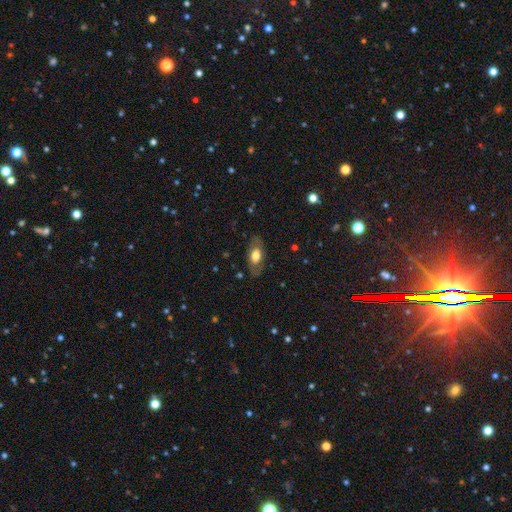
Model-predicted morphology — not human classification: Smooth or featured?
  - smooth: 52% *
  - featured or disk: 42%
  - star or artifact: 6%
How rounded?
  - in between: 87% *
  - round: 8%
  - cigar-shaped: 5%
Merging?
  - none: 78% *
  - minor disturbance: 15%
  - major disturbance: 6%
  - merger: 1%